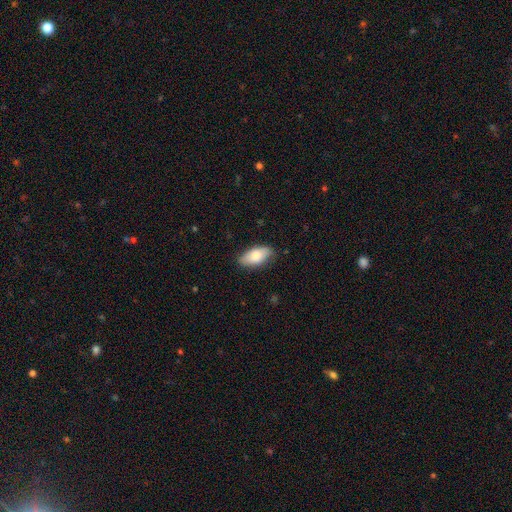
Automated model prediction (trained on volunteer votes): A smooth galaxy with no disk features (77%) that is in between round and cigar-shaped (91%).

Vote fractions:
- Smooth or featured? smooth: 77% / featured or disk: 17% / star or artifact: 6%
- How rounded? in between: 91% / cigar-shaped: 6% / round: 3%
- Merging? none: 81% / minor disturbance: 16% / major disturbance: 3% / merger: 1%